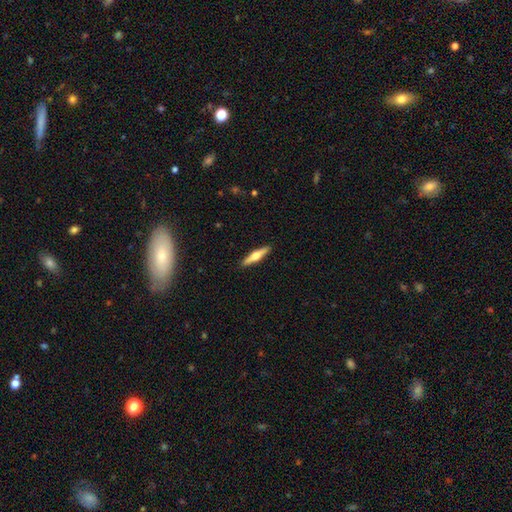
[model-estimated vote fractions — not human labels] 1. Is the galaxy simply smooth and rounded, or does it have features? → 57% featured or disk, 37% smooth, 5% star or artifact.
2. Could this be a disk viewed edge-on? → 96% yes, 4% no.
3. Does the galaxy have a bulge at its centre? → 94% rounded, 3% none, 3% boxy.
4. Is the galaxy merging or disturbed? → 91% none, 6% minor disturbance, 1% major disturbance, 1% merger.